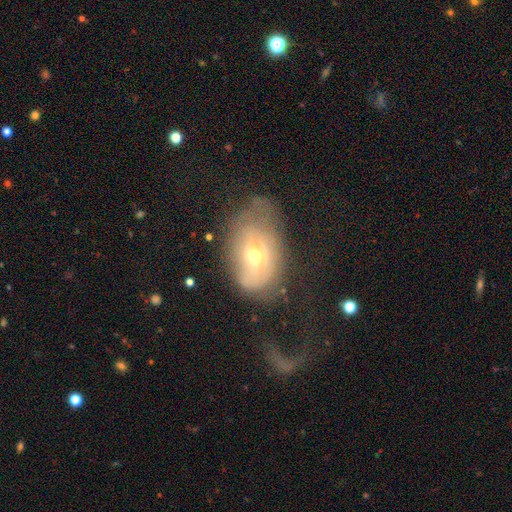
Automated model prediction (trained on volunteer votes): The model was most divided on "smooth or featured": featured or disk: 46%, smooth: 44%, star or artifact: 10%. Remaining: merging — major disturbance (42%).